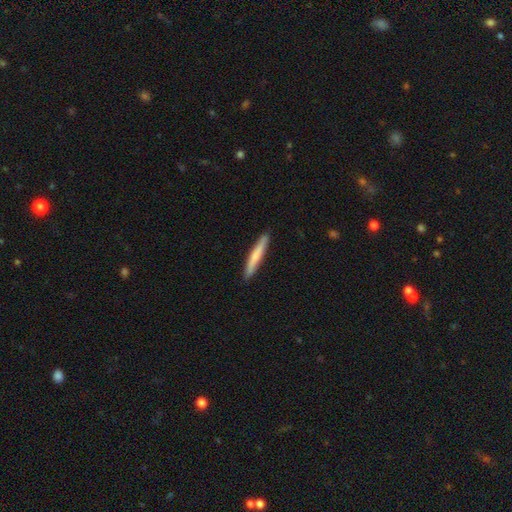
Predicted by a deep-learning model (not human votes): Smooth or featured? smooth (65%)
How rounded? cigar-shaped (95%)
Merging? none (91%)